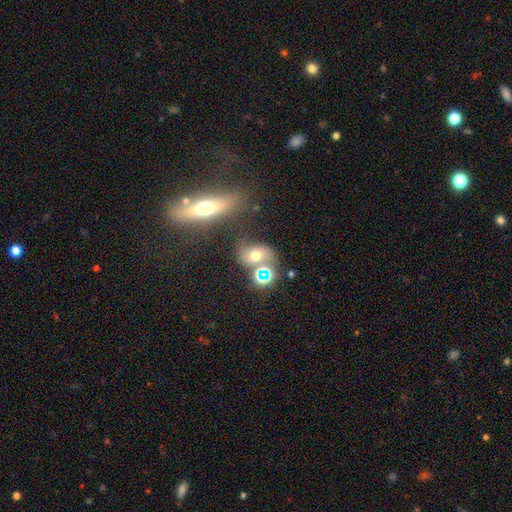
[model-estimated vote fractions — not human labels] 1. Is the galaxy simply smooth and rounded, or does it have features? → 52% smooth, 26% featured or disk, 22% star or artifact.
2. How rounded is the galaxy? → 62% in between, 35% round, 3% cigar-shaped.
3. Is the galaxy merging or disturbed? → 43% none, 31% merger, 15% minor disturbance, 11% major disturbance.